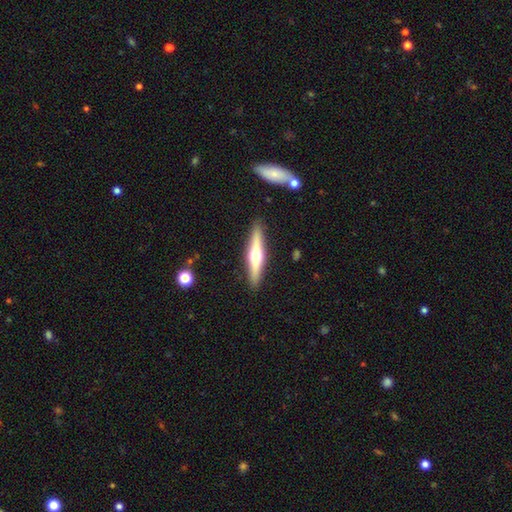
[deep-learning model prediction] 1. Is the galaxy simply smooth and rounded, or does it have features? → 64% featured or disk, 30% smooth, 5% star or artifact.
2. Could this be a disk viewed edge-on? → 97% yes, 3% no.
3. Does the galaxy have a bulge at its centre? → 94% rounded, 3% none, 3% boxy.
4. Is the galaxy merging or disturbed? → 91% none, 7% minor disturbance, 2% major disturbance, 1% merger.